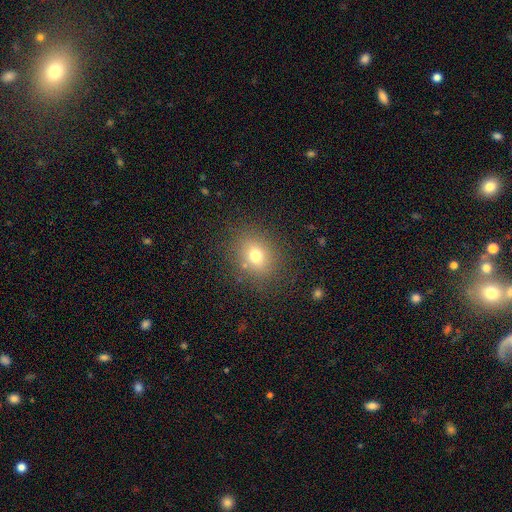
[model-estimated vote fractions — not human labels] The model was most divided on "how rounded": round: 61%, in between: 38%, cigar-shaped: 1%. More confident: merging — none (82%); smooth or featured — smooth (71%).